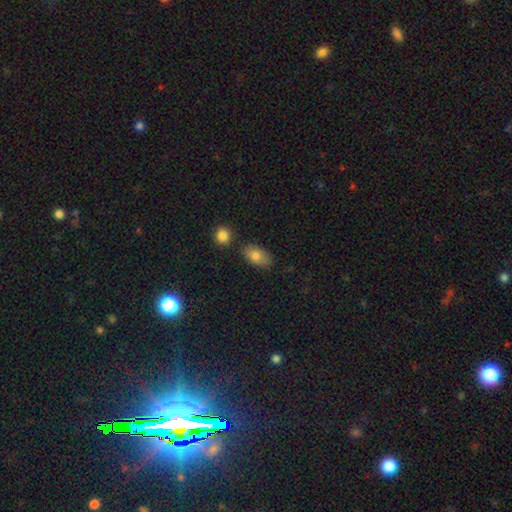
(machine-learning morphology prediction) Smooth or featured: smooth — 81% (featured or disk — 11%)
How rounded: in between — 89% (round — 9%)
Merging: none — 72% (minor disturbance — 17%)